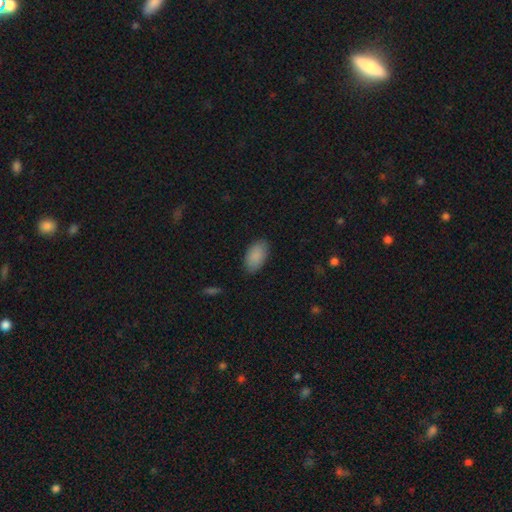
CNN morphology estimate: Smooth or featured?
  - smooth: 89% *
  - star or artifact: 6%
  - featured or disk: 5%
How rounded?
  - in between: 94% *
  - round: 4%
  - cigar-shaped: 2%
Merging?
  - none: 84% *
  - minor disturbance: 12%
  - major disturbance: 3%
  - merger: 1%